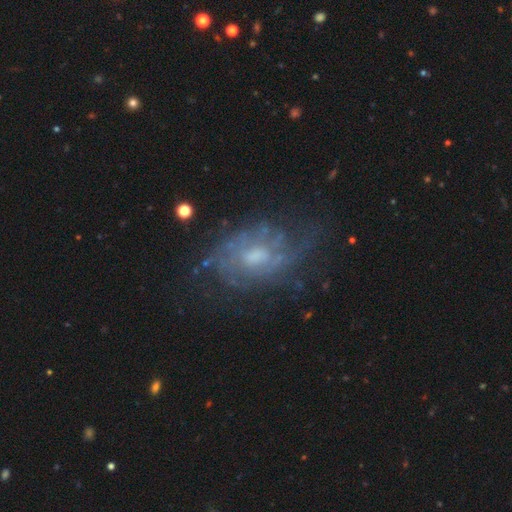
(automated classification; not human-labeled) The model was most divided on "spiral winding": tight: 43%, medium: 38%, loose: 19%. More confident: edge-on disk — no (96%); spiral arms — yes (79%); smooth or featured — featured or disk (76%); merging — none (61%); bar — no (60%); spiral arm count — can't tell (51%); bulge size — moderate (51%).